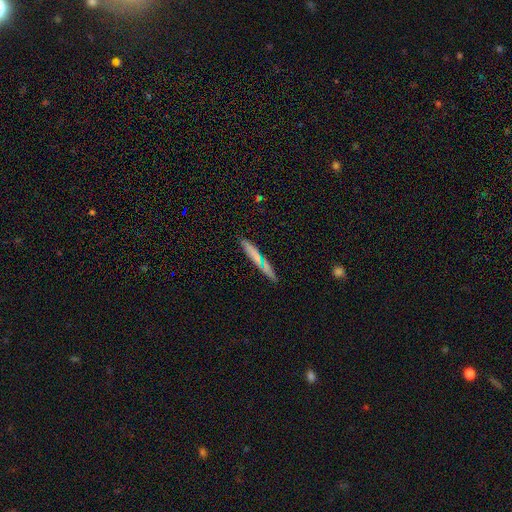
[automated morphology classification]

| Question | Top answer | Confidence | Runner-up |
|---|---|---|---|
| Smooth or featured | smooth | 58% | featured or disk (33%) |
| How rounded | cigar-shaped | 94% | in between (4%) |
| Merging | none | 84% | minor disturbance (11%) |